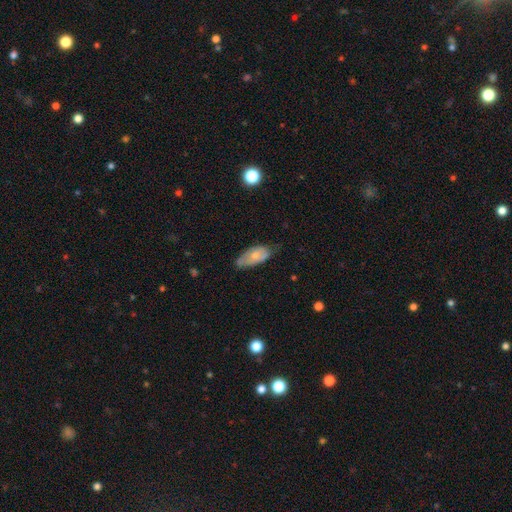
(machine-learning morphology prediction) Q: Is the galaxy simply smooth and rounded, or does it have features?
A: smooth — 62%.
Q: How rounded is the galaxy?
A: in between — 89%.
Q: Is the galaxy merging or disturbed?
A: none — 52%.